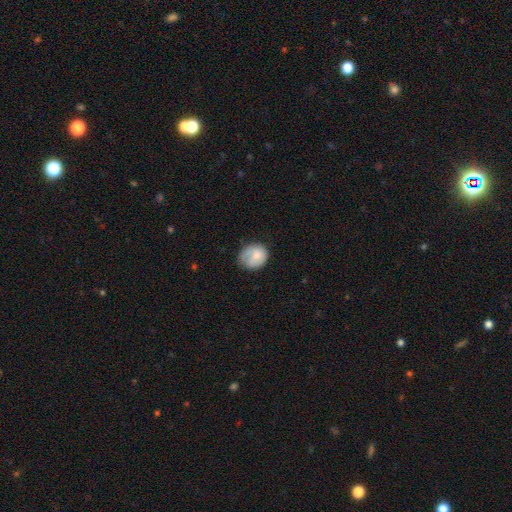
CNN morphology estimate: smooth_or_featured: smooth (p=0.76) [alt: featured or disk p=0.18]
how_rounded: round (p=0.61) [alt: in between p=0.38]
merging: none (p=0.55) [alt: minor disturbance p=0.30]